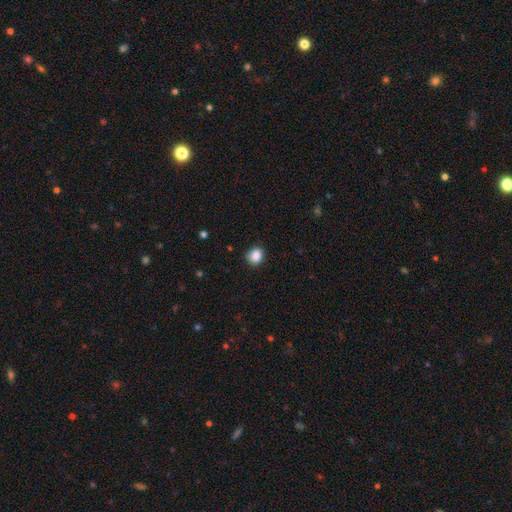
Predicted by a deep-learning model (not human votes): Smooth or featured? Predicted: smooth (p=0.87). How rounded? Predicted: round (p=0.77). Merging? Predicted: none (p=0.88).